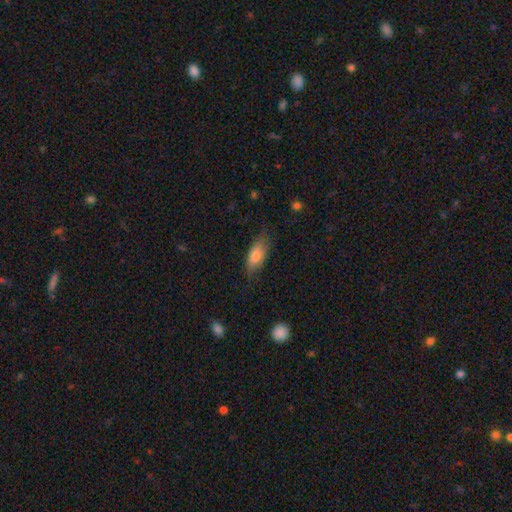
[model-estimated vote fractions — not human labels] smooth-or-featured: smooth: 77% | featured or disk: 17% | star or artifact: 6%
  how-rounded: in between: 79% | cigar-shaped: 19% | round: 3%
  merging: none: 67% | minor disturbance: 25% | major disturbance: 7% | merger: 1%